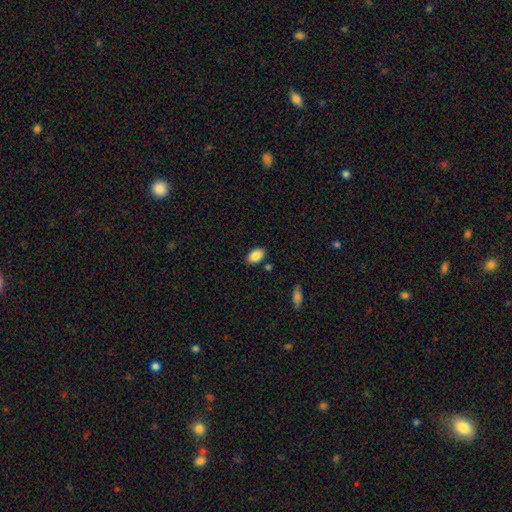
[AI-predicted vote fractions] Q: Smooth or featured?
A: smooth (87%); runner-up: star or artifact (7%)
Q: How rounded?
A: in between (92%); runner-up: round (7%)
Q: Merging?
A: none (84%); runner-up: minor disturbance (10%)